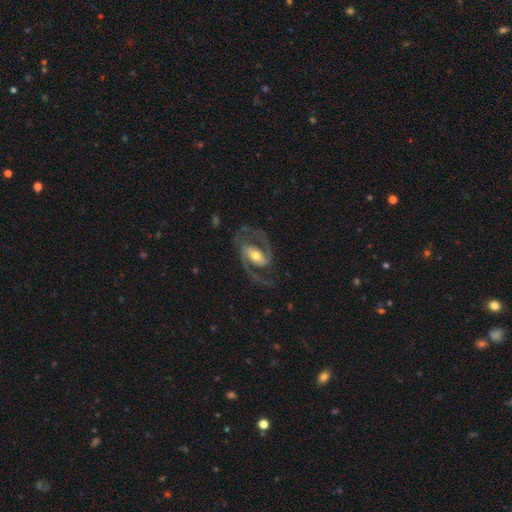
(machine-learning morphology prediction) featured or disk 91%, smooth 5%, star or artifact 4%. Down the decision tree: edge-on disk — no (97%); bar — weak (39%); spiral arms — yes (97%); spiral arm count — 2 (93%); spiral winding — medium (62%); bulge size — moderate (68%); merging — none (74%).